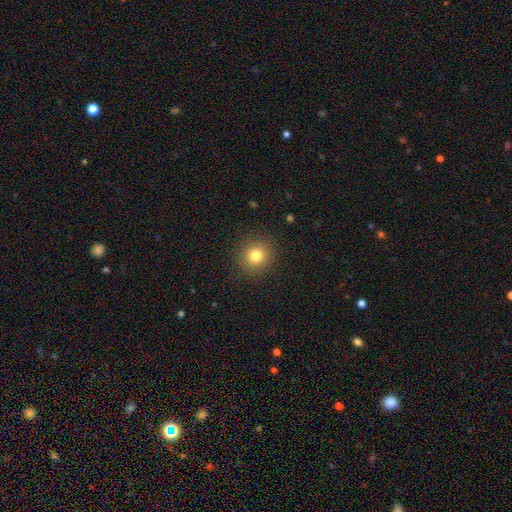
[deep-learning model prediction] Overall: smooth (79%). How rounded: round (89%). Merging: none (90%).